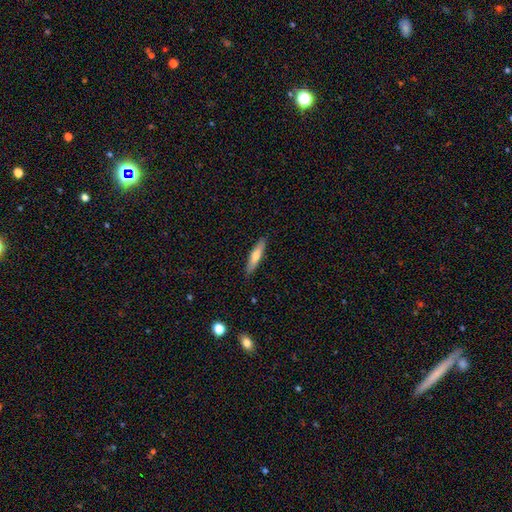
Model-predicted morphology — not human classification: smooth 62%, featured or disk 32%, star or artifact 6%. Down the decision tree: how rounded — cigar-shaped (82%); merging — none (89%).